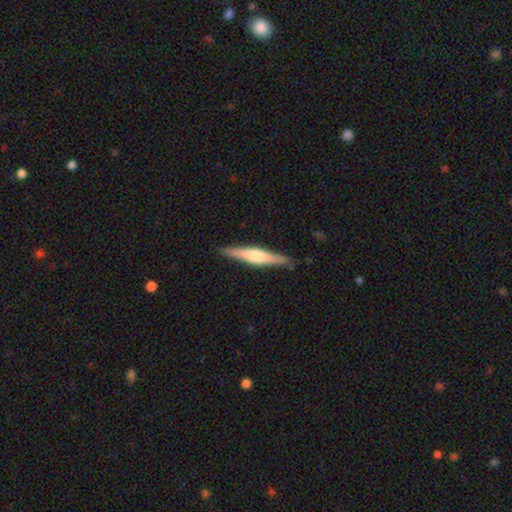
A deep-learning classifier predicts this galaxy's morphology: smooth_or_featured: featured or disk (p=0.58) [alt: smooth p=0.37]
disk_edge_on: yes (p=0.97) [alt: no p=0.03]
edge_on_bulge: rounded (p=0.71) [alt: boxy p=0.19]
merging: none (p=0.88) [alt: minor disturbance p=0.09]